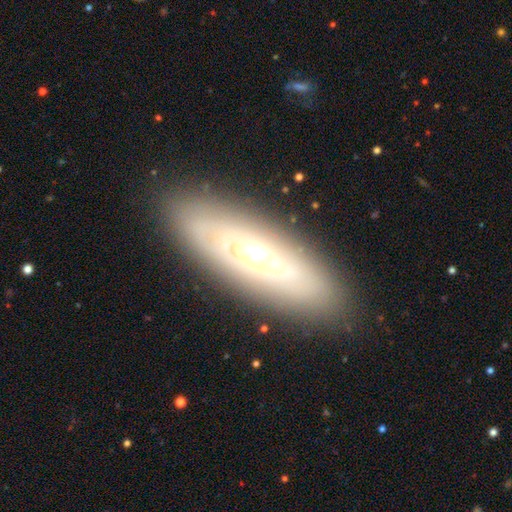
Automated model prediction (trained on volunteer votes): Smooth or featured?
  - featured or disk: 65% *
  - smooth: 28%
  - star or artifact: 8%
Edge-on disk?
  - no: 67% *
  - yes: 33%
Merging?
  - none: 85% *
  - minor disturbance: 11%
  - major disturbance: 3%
  - merger: 1%